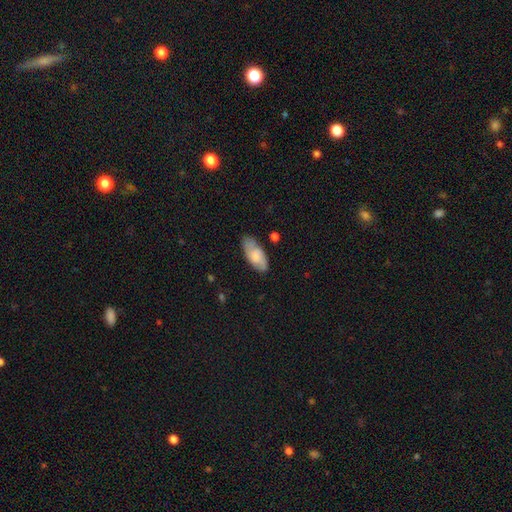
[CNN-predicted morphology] Smooth or featured? smooth (70%)
How rounded? in between (88%)
Merging? none (71%)